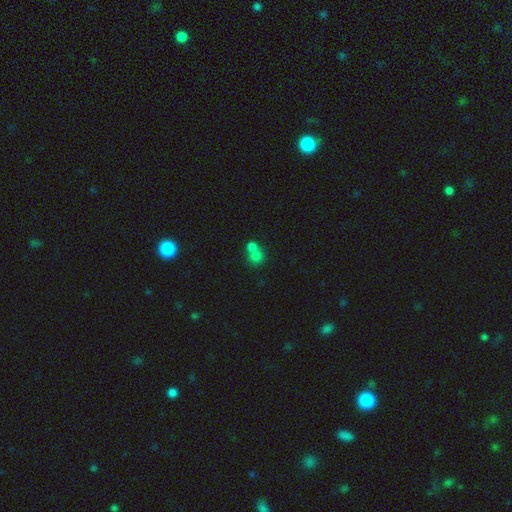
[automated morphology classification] Smooth or featured?
  - smooth: 76% *
  - star or artifact: 13%
  - featured or disk: 12%
How rounded?
  - round: 80% *
  - in between: 19%
  - cigar-shaped: 1%
Merging?
  - merger: 59% *
  - none: 32%
  - minor disturbance: 5%
  - major disturbance: 3%